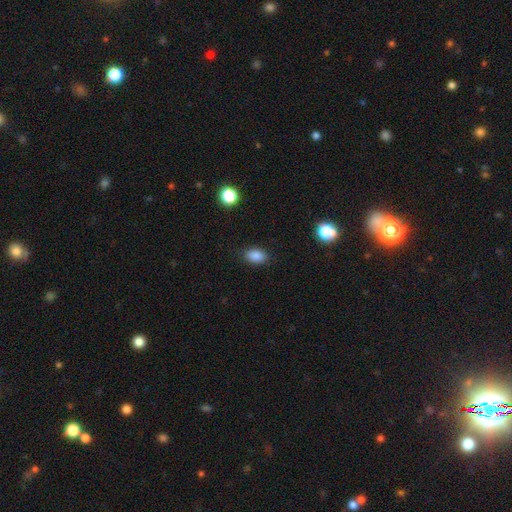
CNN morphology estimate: Smooth or featured? Predicted: smooth (p=0.86). How rounded? Predicted: in between (p=0.84). Merging? Predicted: none (p=0.85).